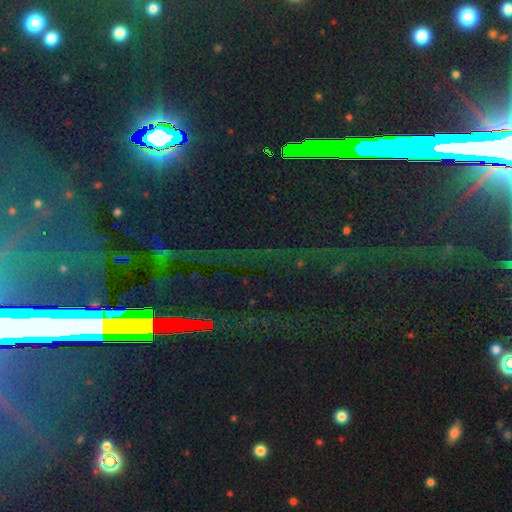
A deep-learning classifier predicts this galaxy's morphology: This is clearly a star or artifact rather than a galaxy (83%).